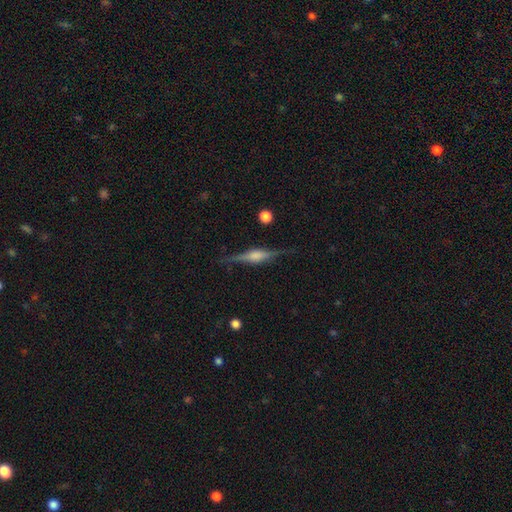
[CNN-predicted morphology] Overall: featured or disk (77%). Edge-on disk: yes (97%). Edge-on bulge: rounded (72%). Merging: none (85%).